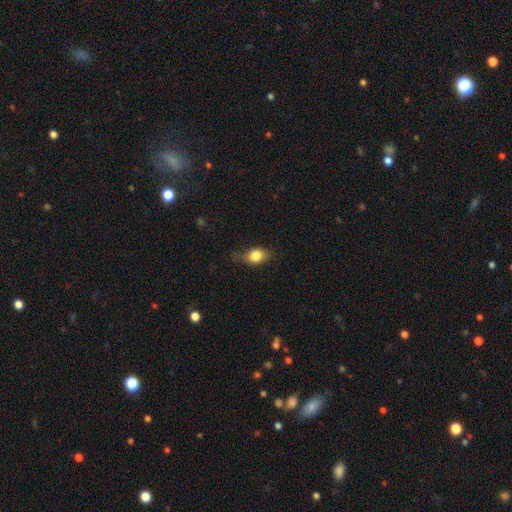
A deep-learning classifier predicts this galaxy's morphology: Smooth or featured? smooth (76%)
How rounded? in between (60%)
Merging? none (63%)